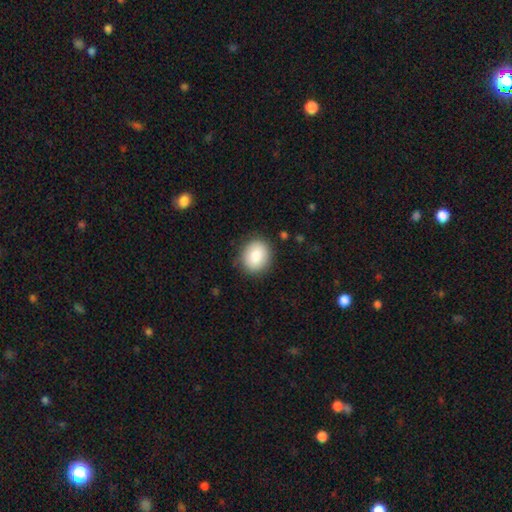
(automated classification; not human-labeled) This is clearly a smooth galaxy (83%). How rounded: likely round (67%). Merging: clearly none (86%).